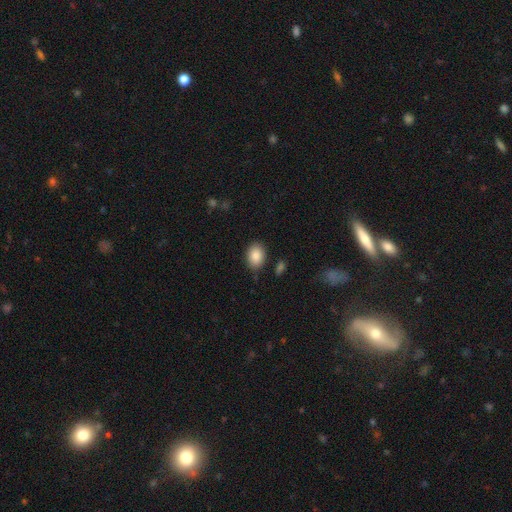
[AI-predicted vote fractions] The model was most divided on "how rounded": in between: 81%, round: 18%, cigar-shaped: 1%. More confident: smooth or featured — smooth (88%); merging — none (85%).